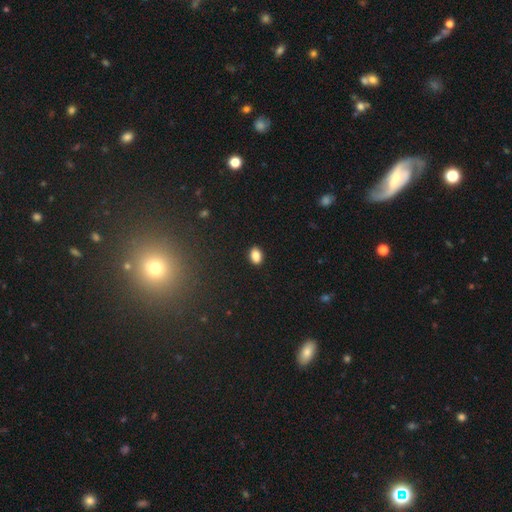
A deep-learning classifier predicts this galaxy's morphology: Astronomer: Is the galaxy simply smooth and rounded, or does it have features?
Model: smooth — 86%.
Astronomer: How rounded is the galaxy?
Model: in between — 79%.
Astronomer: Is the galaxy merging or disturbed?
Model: none — 89%.